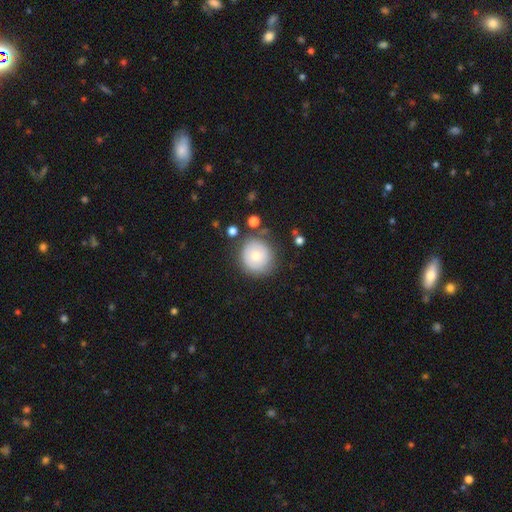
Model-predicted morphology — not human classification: Smooth or featured?
  - smooth: 63% *
  - featured or disk: 29%
  - star or artifact: 8%
How rounded?
  - round: 90% *
  - in between: 9%
  - cigar-shaped: 1%
Merging?
  - none: 78% *
  - minor disturbance: 14%
  - major disturbance: 5%
  - merger: 3%